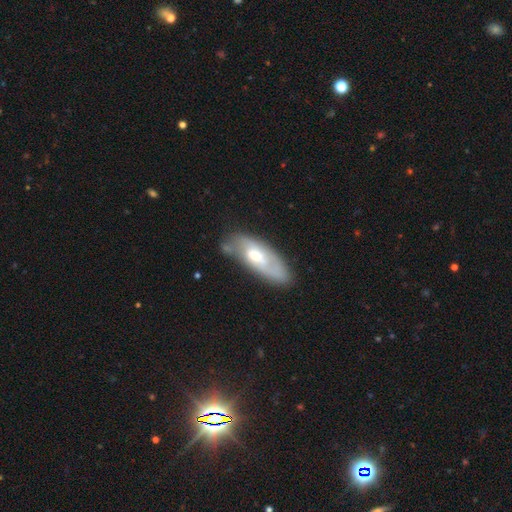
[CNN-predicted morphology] This is possibly a featured or disk galaxy (53%). It is likely not viewed edge-on (79%). Merging: likely none (65%).